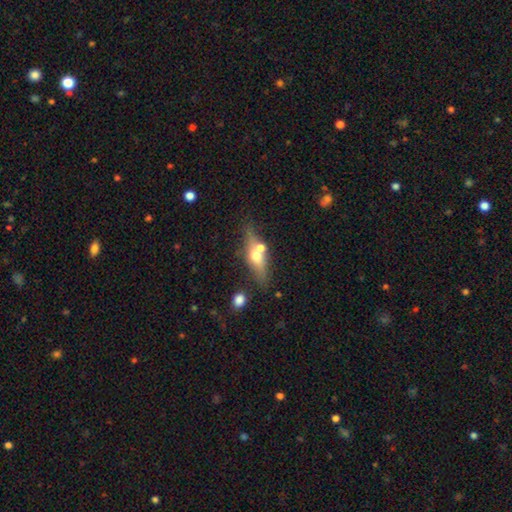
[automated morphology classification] A featured or disk galaxy (52%) viewed edge-on (77%). Merging: none (60%).